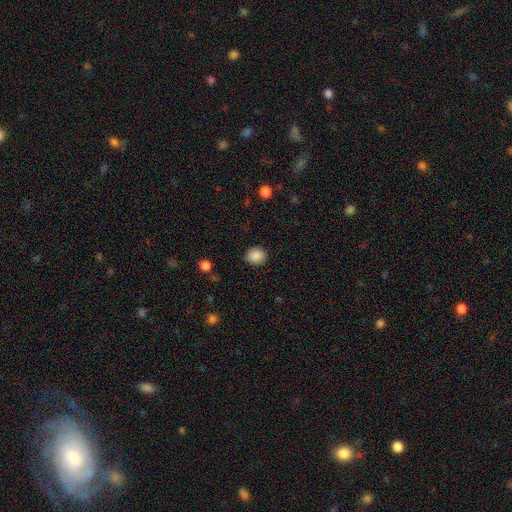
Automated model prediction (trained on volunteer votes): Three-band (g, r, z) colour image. It shows a smooth galaxy with no disk features (88%) that is round (69%). Merging: none (88%).